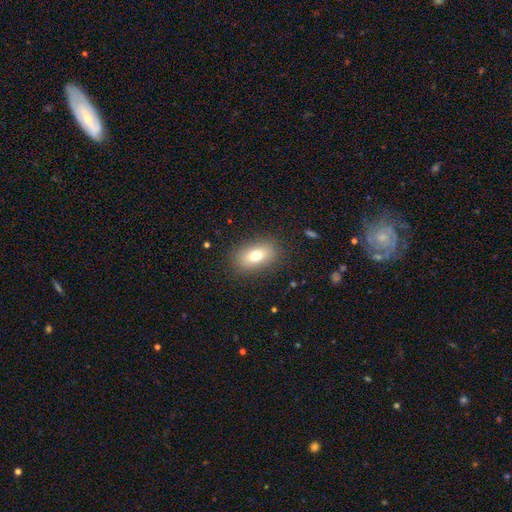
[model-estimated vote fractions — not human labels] Overall: smooth (76%). How rounded: in between (85%). Merging: none (86%).